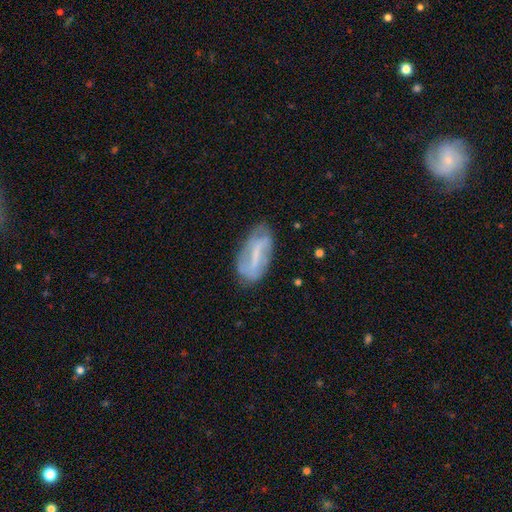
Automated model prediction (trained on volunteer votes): Smooth or featured? Predicted: featured or disk (p=0.59). Edge-on disk? Predicted: no (p=0.91). Bar? Predicted: strong (p=0.50). Spiral arms? Predicted: yes (p=0.63). Bulge size? Predicted: none (p=0.43). Merging? Predicted: none (p=0.65).